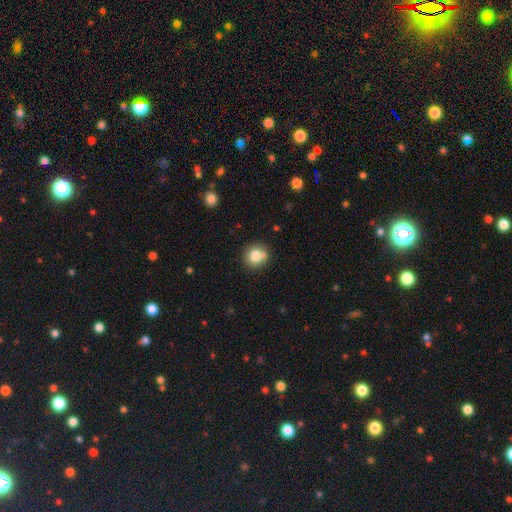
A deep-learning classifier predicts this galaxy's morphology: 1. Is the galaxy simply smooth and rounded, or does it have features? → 79% smooth, 11% star or artifact, 10% featured or disk.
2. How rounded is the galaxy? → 88% round, 11% in between, 1% cigar-shaped.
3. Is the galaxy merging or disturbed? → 74% none, 13% merger, 10% minor disturbance, 3% major disturbance.